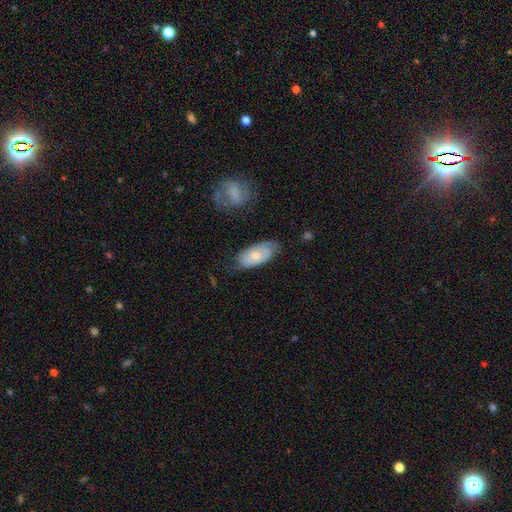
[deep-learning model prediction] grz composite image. It shows a smooth galaxy with no disk features (61%) that is in between round and cigar-shaped (91%). Merging: none (62%).